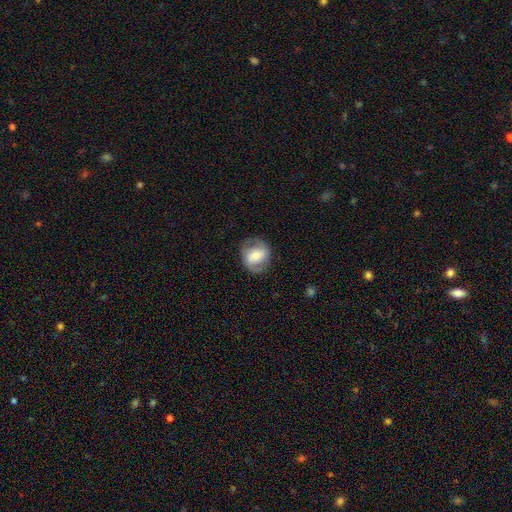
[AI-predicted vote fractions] Q: Smooth or featured?
A: featured or disk (52%); runner-up: smooth (41%)
Q: Edge-on disk?
A: no (96%); runner-up: yes (4%)
Q: Merging?
A: none (77%); runner-up: minor disturbance (15%)